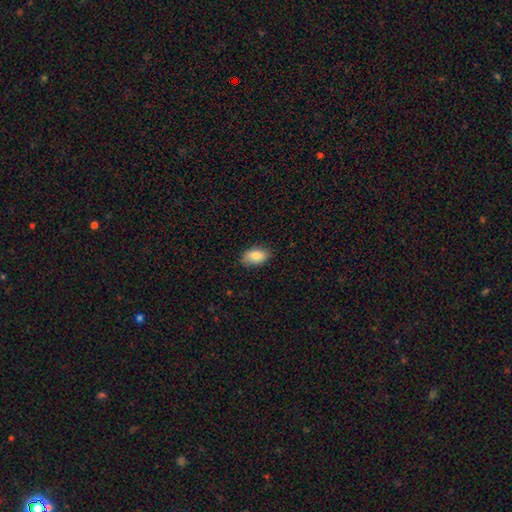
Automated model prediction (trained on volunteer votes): The model was most divided on "merging": none: 81%, minor disturbance: 15%, major disturbance: 3%, merger: 1%. More confident: how rounded — in between (92%); smooth or featured — smooth (86%).